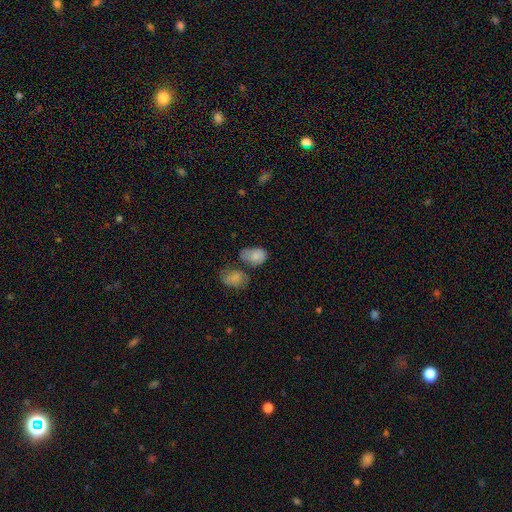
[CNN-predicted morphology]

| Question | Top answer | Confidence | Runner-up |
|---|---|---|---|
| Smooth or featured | smooth | 80% | featured or disk (11%) |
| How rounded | in between | 78% | round (21%) |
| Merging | none | 34% | minor disturbance (27%) |